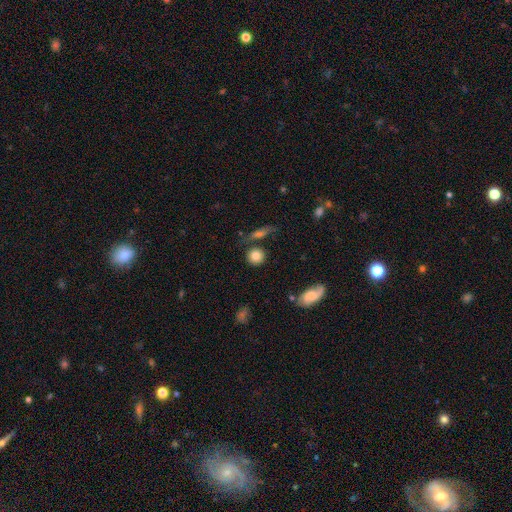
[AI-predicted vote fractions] Smooth or featured: smooth — 81% (featured or disk — 10%)
How rounded: round — 86% (in between — 12%)
Merging: none — 78% (minor disturbance — 11%)